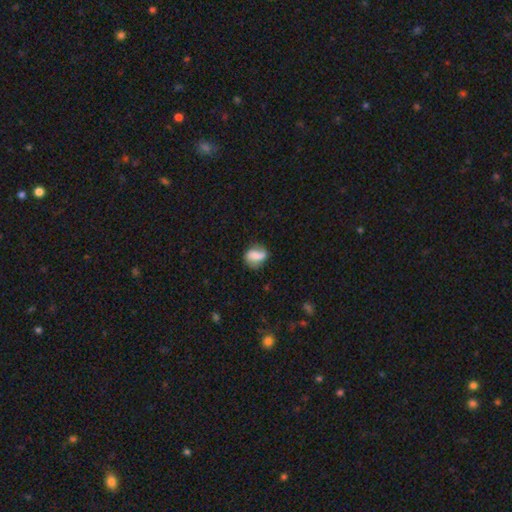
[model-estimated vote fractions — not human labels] A smooth galaxy with no disk features (62%) that is in between round and cigar-shaped (58%). Merging: none (54%).